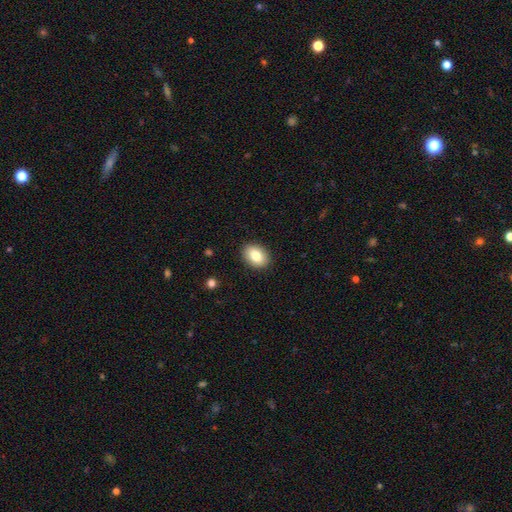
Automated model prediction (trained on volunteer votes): Smooth or featured? Predicted: smooth (p=0.84). How rounded? Predicted: in between (p=0.80). Merging? Predicted: none (p=0.89).